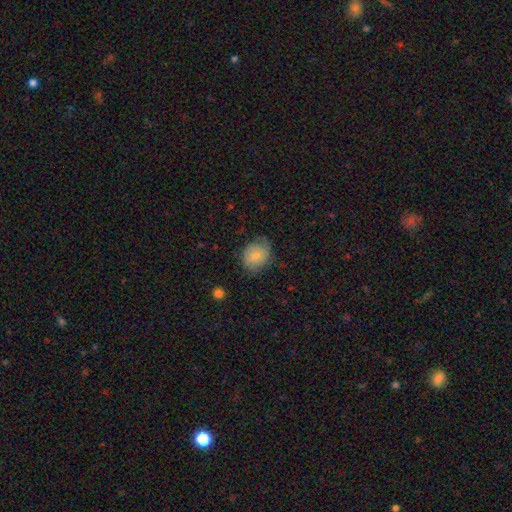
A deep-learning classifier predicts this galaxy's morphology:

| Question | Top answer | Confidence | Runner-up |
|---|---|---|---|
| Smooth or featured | smooth | 74% | featured or disk (18%) |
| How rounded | round | 56% | in between (43%) |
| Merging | none | 67% | minor disturbance (25%) |